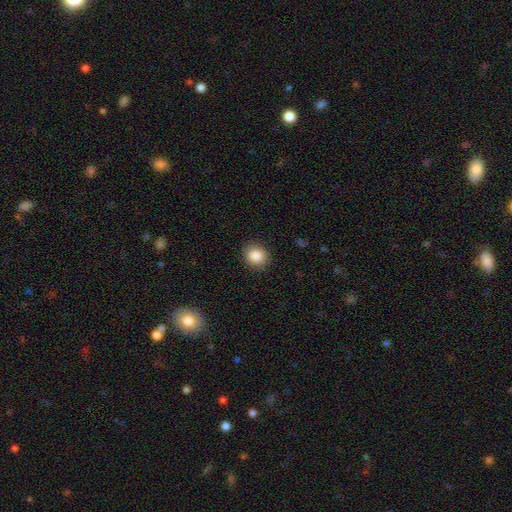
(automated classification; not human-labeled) smooth-or-featured: smooth: 87% | star or artifact: 8% | featured or disk: 4%
  how-rounded: round: 74% | in between: 25% | cigar-shaped: 1%
  merging: none: 89% | minor disturbance: 8% | major disturbance: 2% | merger: 1%